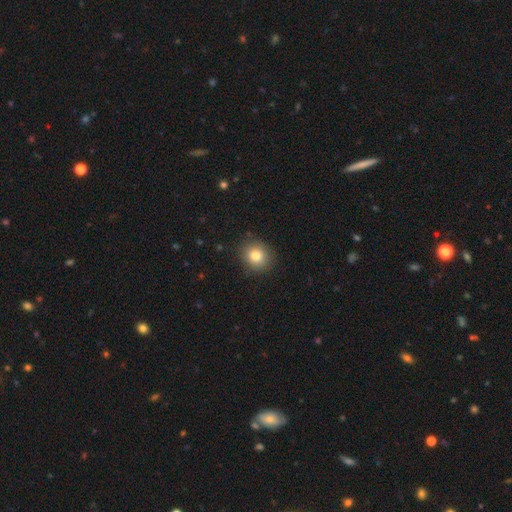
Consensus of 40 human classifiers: Volunteers were most divided on "how rounded": round: 79%, in between: 21%, cigar-shaped: 0%. More confident: smooth or featured — smooth (85%); merging — none (78%).